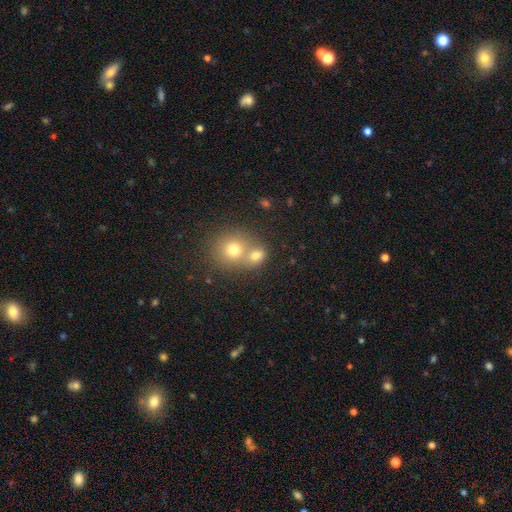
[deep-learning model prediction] A smooth galaxy with no disk features (74%) that is round (62%). Merging: merger (55%).